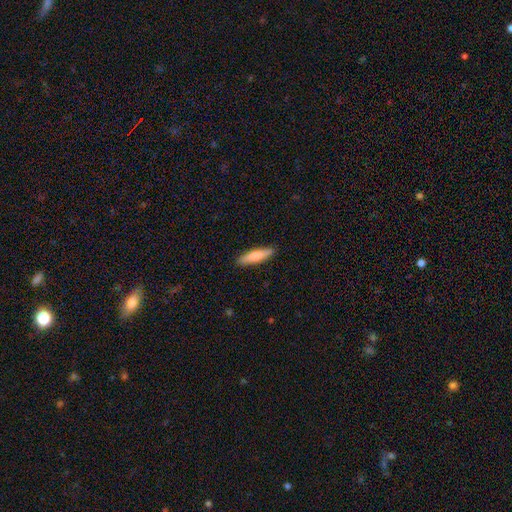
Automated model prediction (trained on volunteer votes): Morphology: type=smooth (74%); roundness=cigar-shaped (77%); merging=none (90%).